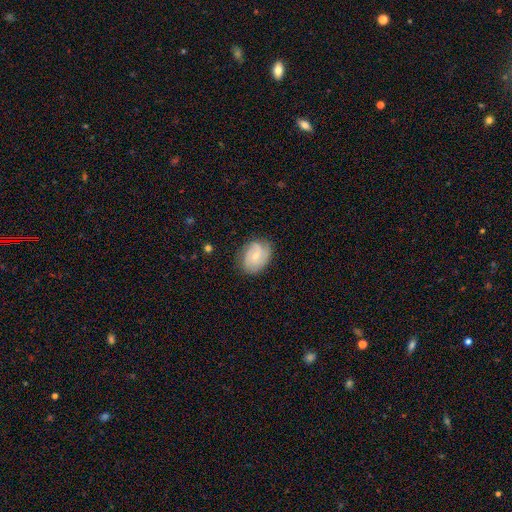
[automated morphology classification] Smooth or featured? featured or disk (56%)
Edge-on disk? no (97%)
Bar? no (64%)
Spiral arms? yes (87%)
Bulge size? small (62%)
Merging? none (75%)